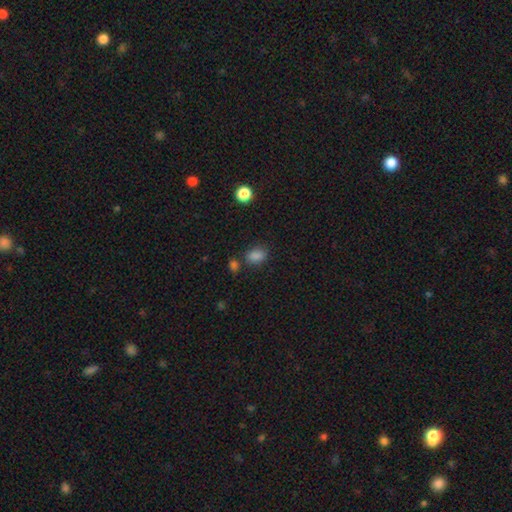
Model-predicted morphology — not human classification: Smooth or featured?
  - smooth: 83% *
  - star or artifact: 13%
  - featured or disk: 4%
How rounded?
  - in between: 74% *
  - round: 25%
  - cigar-shaped: 1%
Merging?
  - none: 69% *
  - minor disturbance: 16%
  - merger: 10%
  - major disturbance: 5%